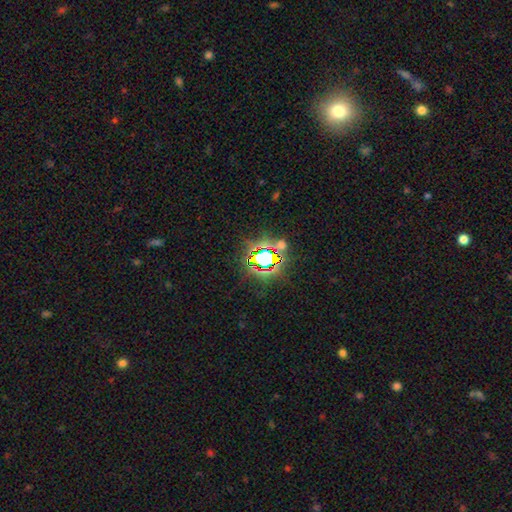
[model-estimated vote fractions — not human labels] Q: Smooth or featured?
A: star or artifact (76%); runner-up: smooth (16%)